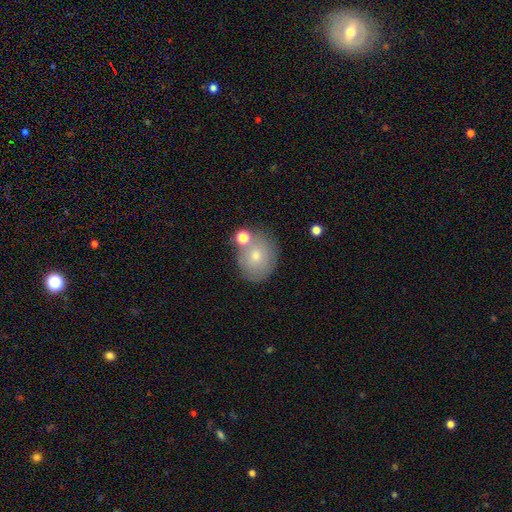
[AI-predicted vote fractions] smooth 71%, featured or disk 20%, star or artifact 9%. Down the decision tree: how rounded — round (71%); merging — none (65%).